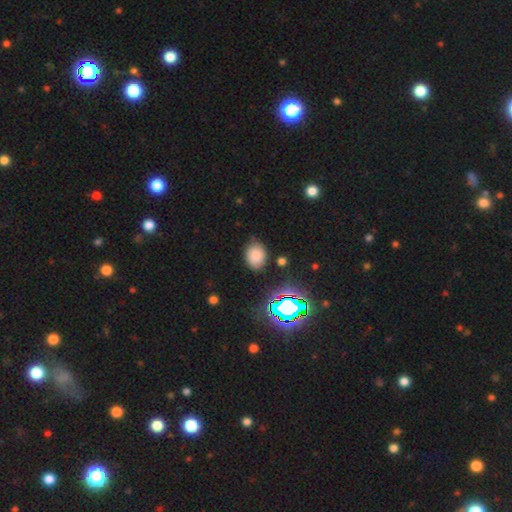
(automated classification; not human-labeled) Smooth or featured? smooth (75%)
How rounded? in between (56%)
Merging? none (77%)